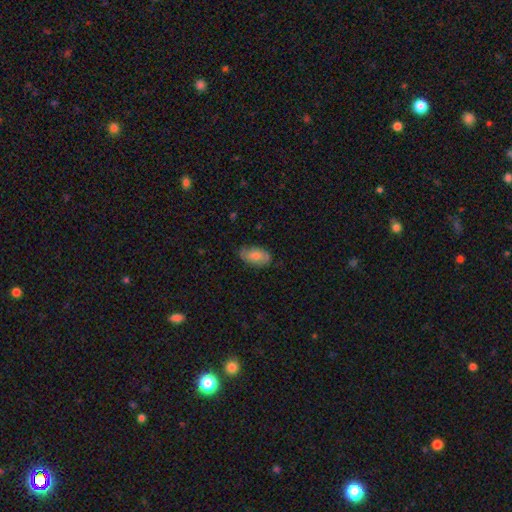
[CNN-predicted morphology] Smooth or featured: smooth — 69% (featured or disk — 24%)
How rounded: in between — 93% (round — 4%)
Merging: none — 77% (minor disturbance — 18%)